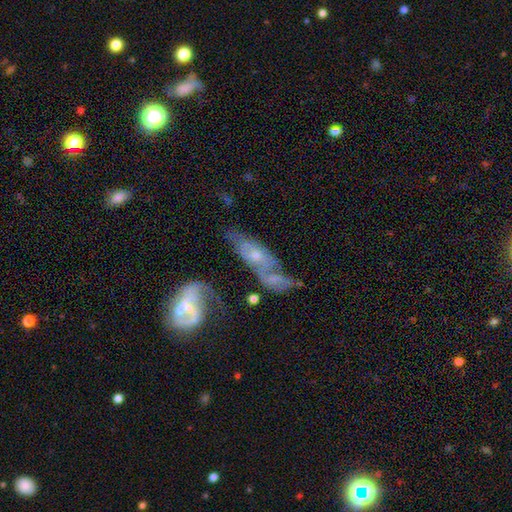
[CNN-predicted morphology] smooth_or_featured: featured or disk (p=0.68) [alt: smooth p=0.23]
disk_edge_on: no (p=0.84) [alt: yes p=0.16]
bar: no (p=0.73) [alt: weak p=0.22]
has_spiral_arms: yes (p=0.66) [alt: no p=0.34]
bulge_size: small (p=0.52) [alt: moderate p=0.39]
merging: merger (p=0.36) [alt: none p=0.28]